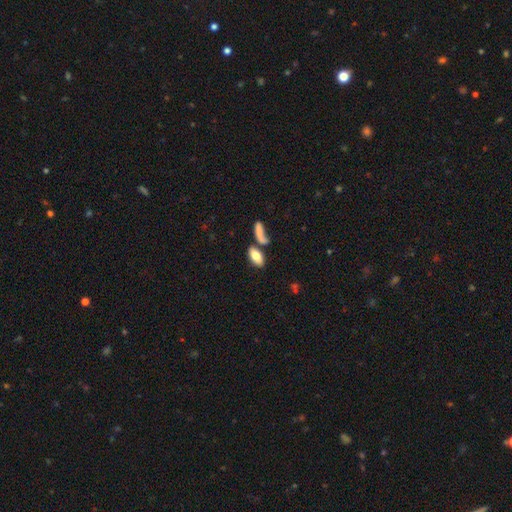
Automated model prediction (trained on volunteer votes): A smooth galaxy with no disk features (77%) that is in between round and cigar-shaped (88%). Merging: none (46%).